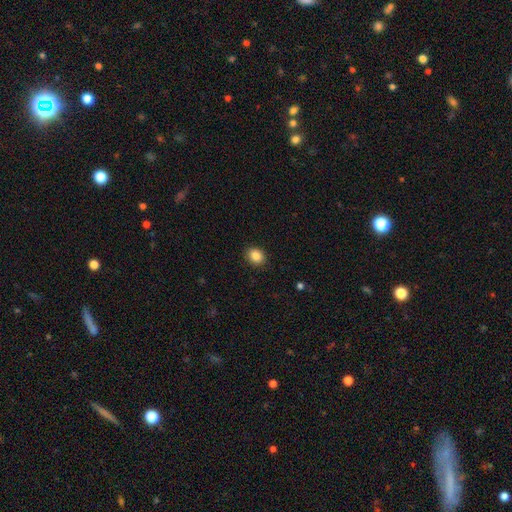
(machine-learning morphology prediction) A smooth galaxy with no disk features (87%) that is round (53%). Merging: none (89%).